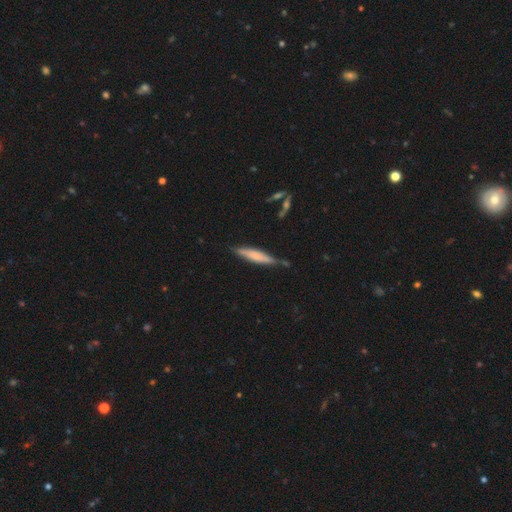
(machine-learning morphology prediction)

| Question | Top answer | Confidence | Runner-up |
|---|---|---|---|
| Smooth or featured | smooth | 61% | featured or disk (33%) |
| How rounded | cigar-shaped | 86% | in between (13%) |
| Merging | none | 70% | minor disturbance (21%) |